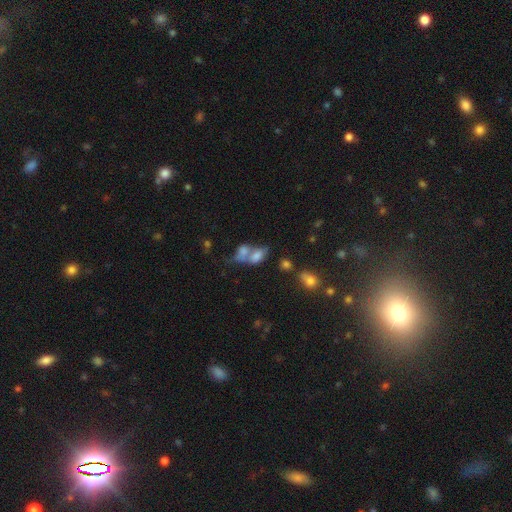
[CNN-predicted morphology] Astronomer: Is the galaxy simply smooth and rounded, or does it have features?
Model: smooth — 65%.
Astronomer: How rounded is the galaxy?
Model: in between — 83%.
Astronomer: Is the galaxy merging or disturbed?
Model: merger — 59%.